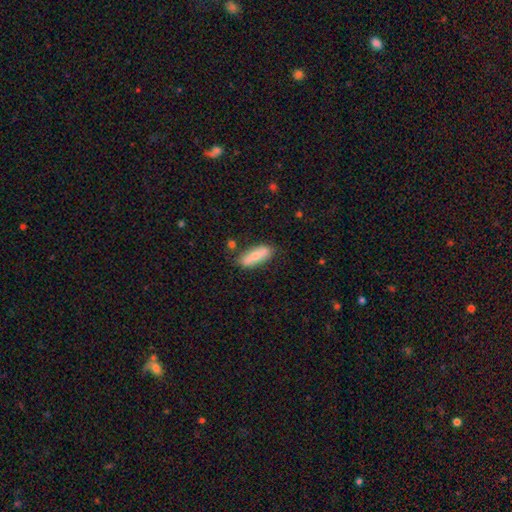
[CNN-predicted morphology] Smooth or featured?
  - smooth: 71% *
  - featured or disk: 23%
  - star or artifact: 6%
How rounded?
  - in between: 53% *
  - cigar-shaped: 45%
  - round: 2%
Merging?
  - none: 77% *
  - minor disturbance: 16%
  - merger: 4%
  - major disturbance: 3%